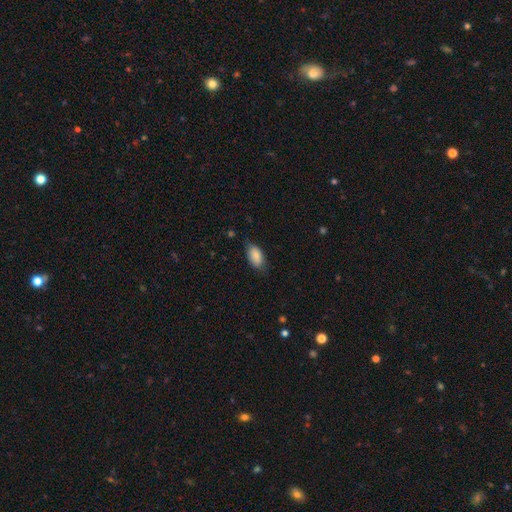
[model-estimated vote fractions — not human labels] Smooth or featured? smooth (86%)
How rounded? in between (93%)
Merging? none (75%)